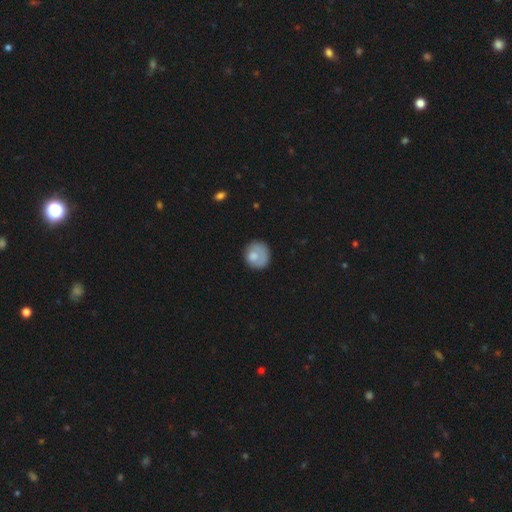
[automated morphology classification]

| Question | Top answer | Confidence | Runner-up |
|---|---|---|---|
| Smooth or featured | smooth | 70% | featured or disk (24%) |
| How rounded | round | 81% | in between (18%) |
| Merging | none | 65% | minor disturbance (21%) |